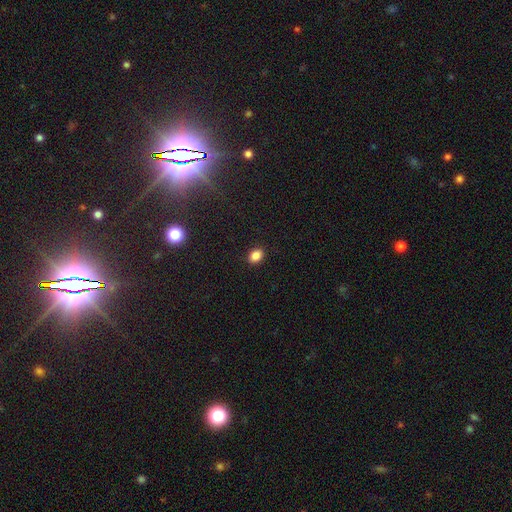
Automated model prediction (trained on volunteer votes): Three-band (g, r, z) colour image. It shows a smooth galaxy with no disk features (86%) that is in between round and cigar-shaped (65%). Merging: none (90%).